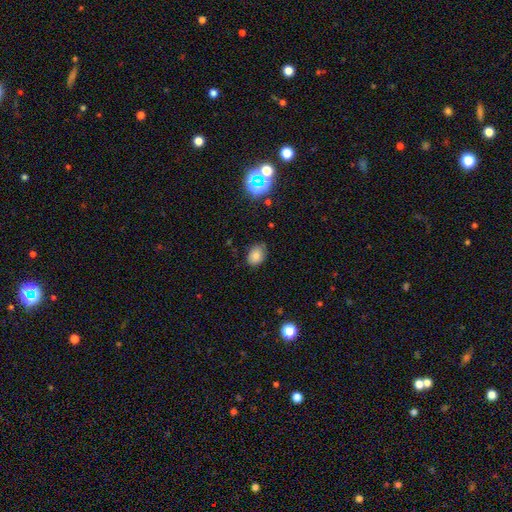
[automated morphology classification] smooth 80%, star or artifact 13%, featured or disk 7%. Down the decision tree: how rounded — in between (69%); merging — none (78%).